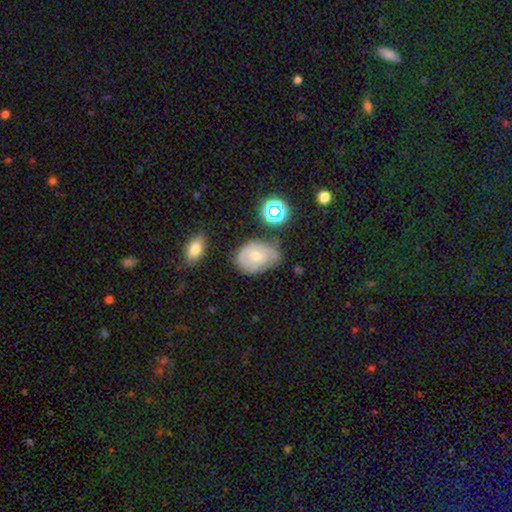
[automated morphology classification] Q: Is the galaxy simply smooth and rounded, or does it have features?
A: smooth — 56%.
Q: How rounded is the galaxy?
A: in between — 68%.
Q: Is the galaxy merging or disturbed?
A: none — 44%.